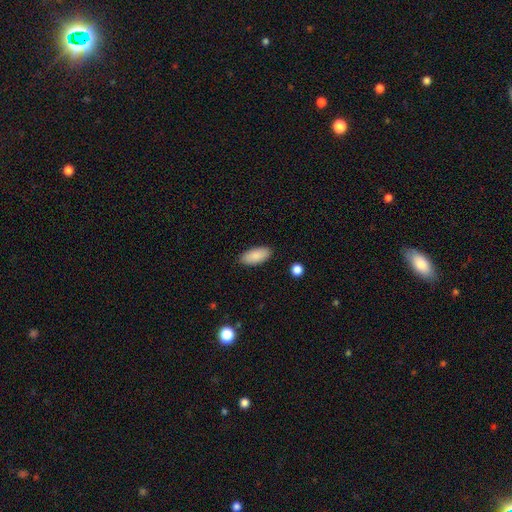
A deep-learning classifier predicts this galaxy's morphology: smooth-or-featured: smooth: 88% | star or artifact: 6% | featured or disk: 5%
  how-rounded: in between: 89% | cigar-shaped: 9% | round: 2%
  merging: none: 88% | minor disturbance: 9% | major disturbance: 2% | merger: 1%